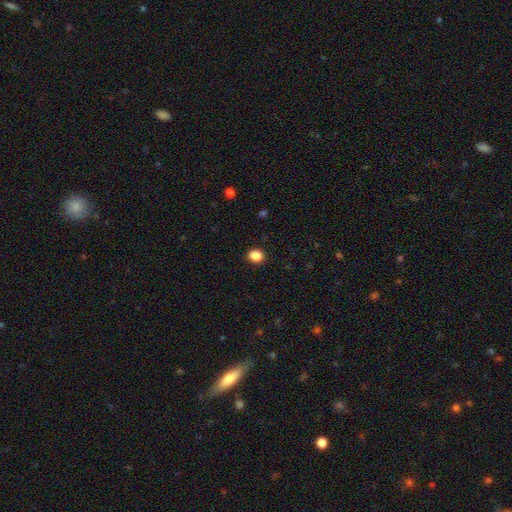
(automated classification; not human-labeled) smooth-or-featured: smooth: 88% | star or artifact: 9% | featured or disk: 3%
  how-rounded: round: 56% | in between: 44% | cigar-shaped: 1%
  merging: none: 91% | minor disturbance: 6% | major disturbance: 2% | merger: 1%